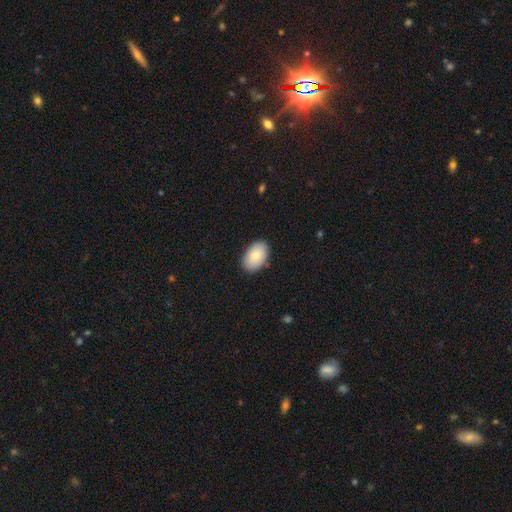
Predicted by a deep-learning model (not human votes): The model was most divided on "smooth or featured": smooth: 81%, featured or disk: 12%, star or artifact: 6%. More confident: how rounded — in between (90%); merging — none (87%).